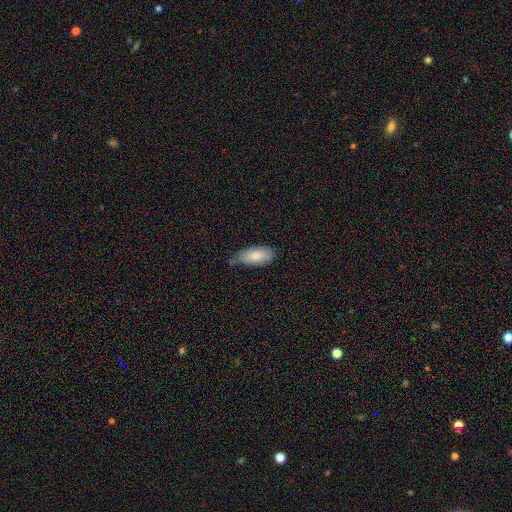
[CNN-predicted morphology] A smooth galaxy with no disk features (83%) that is in between round and cigar-shaped (89%).

Vote fractions:
- Smooth or featured? smooth: 83% / featured or disk: 10% / star or artifact: 6%
- How rounded? in between: 89% / cigar-shaped: 9% / round: 2%
- Merging? none: 61% / minor disturbance: 30% / major disturbance: 5% / merger: 4%